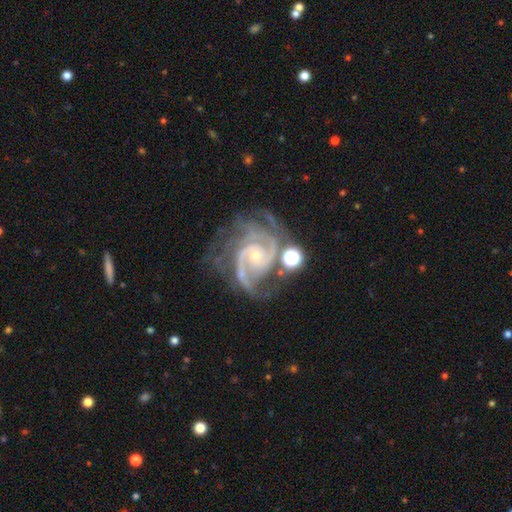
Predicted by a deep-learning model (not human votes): A featured or disk galaxy (92%) with no bar (64%), 2 (37%) medium (47%) spiral arms (98%) and a small central bulge (73%). Merging: none (54%).